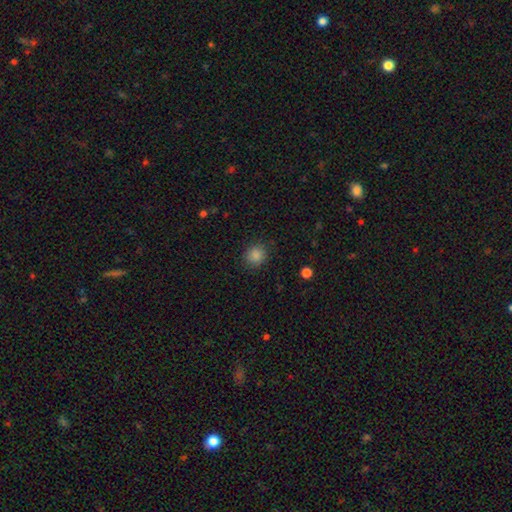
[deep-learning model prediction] smooth-or-featured: smooth: 85% | star or artifact: 11% | featured or disk: 4%
  how-rounded: round: 84% | in between: 15% | cigar-shaped: 1%
  merging: none: 88% | minor disturbance: 8% | major disturbance: 3% | merger: 1%